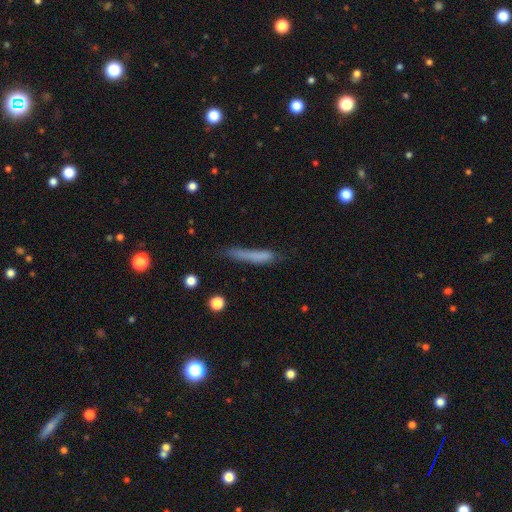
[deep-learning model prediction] A smooth galaxy with no disk features (70%) that is cigar-shaped (92%). Merging: none (59%).